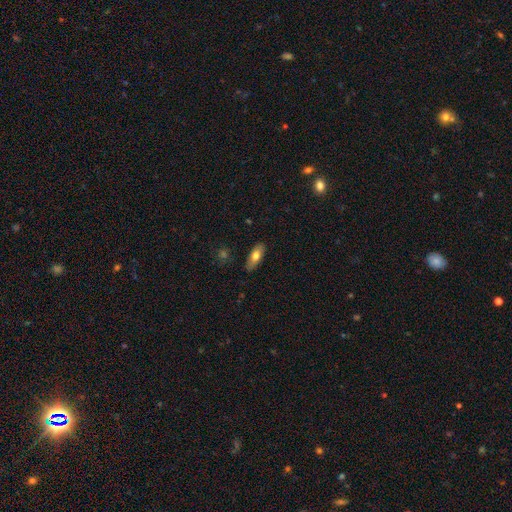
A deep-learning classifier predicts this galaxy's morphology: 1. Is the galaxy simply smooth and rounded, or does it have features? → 69% smooth, 25% featured or disk, 6% star or artifact.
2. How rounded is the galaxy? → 77% in between, 20% cigar-shaped, 3% round.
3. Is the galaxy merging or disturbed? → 85% none, 11% minor disturbance, 2% major disturbance, 1% merger.